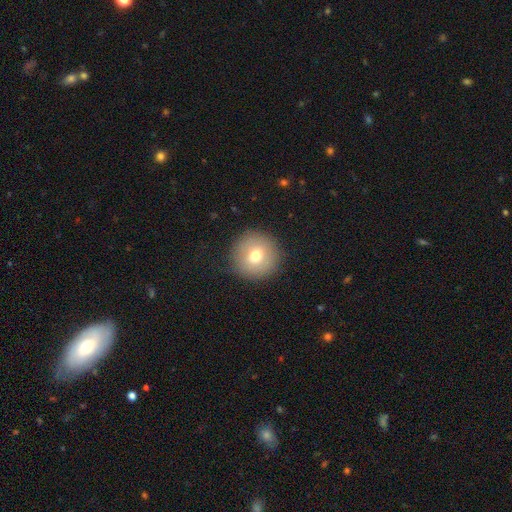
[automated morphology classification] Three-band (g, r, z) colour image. It shows a smooth galaxy with no disk features (72%) that is round (95%). Merging: none (89%).